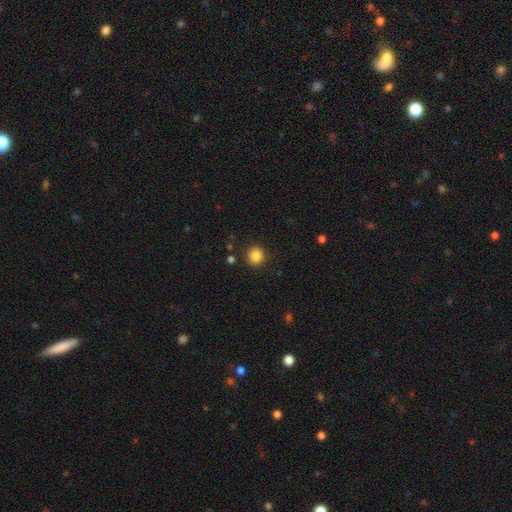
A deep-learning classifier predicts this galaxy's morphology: Overall: smooth (85%). How rounded: round (90%). Merging: none (91%).